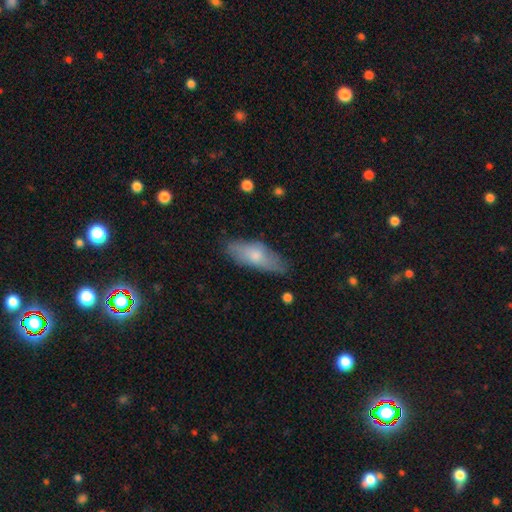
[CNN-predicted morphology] The model was most divided on "how rounded": in between: 61%, cigar-shaped: 36%, round: 3%. More confident: merging — none (78%); smooth or featured — smooth (65%).